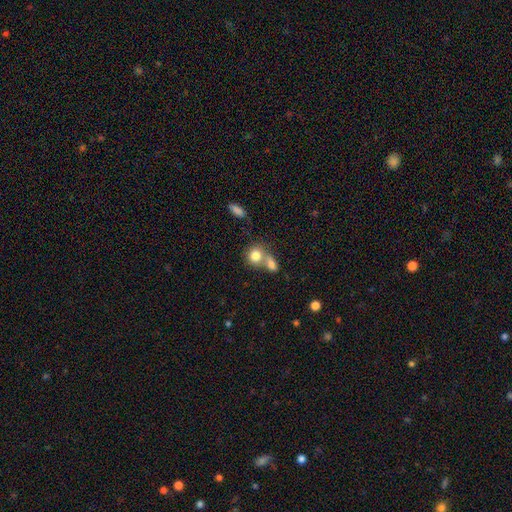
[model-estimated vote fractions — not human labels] Morphology: type=smooth (81%); roundness=round (70%); merging=merger (55%).